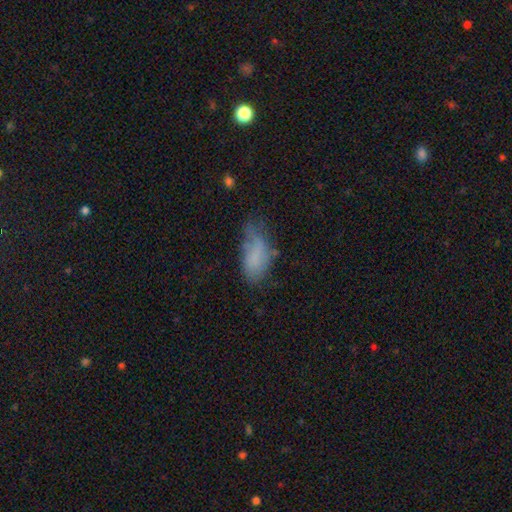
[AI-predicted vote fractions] This is likely a smooth galaxy (71%). How rounded: clearly in between (90%). Merging: marginally minor disturbance (37%).